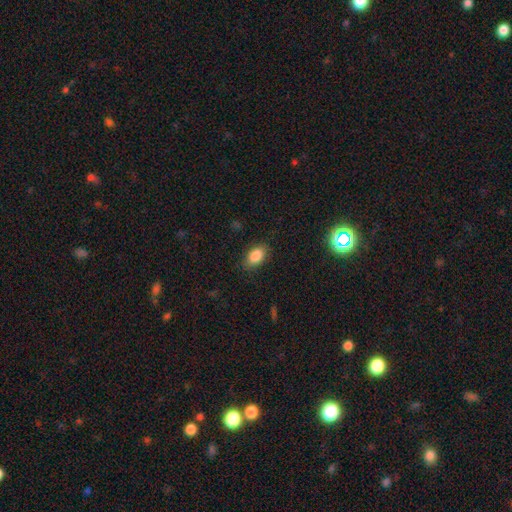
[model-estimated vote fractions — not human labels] Q: Smooth or featured?
A: smooth (86%); runner-up: star or artifact (8%)
Q: How rounded?
A: in between (90%); runner-up: round (8%)
Q: Merging?
A: none (84%); runner-up: minor disturbance (12%)